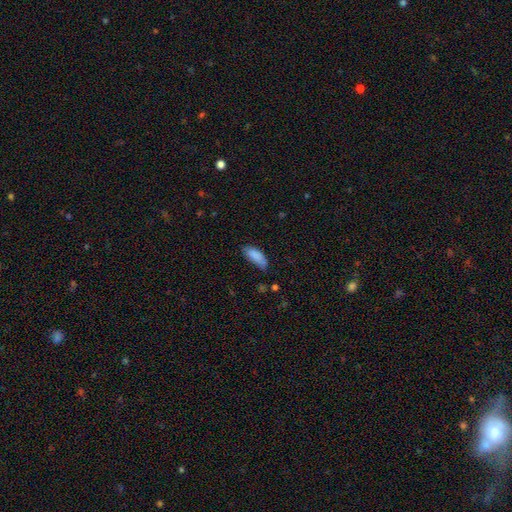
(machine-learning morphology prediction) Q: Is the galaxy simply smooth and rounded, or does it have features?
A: smooth — 87%.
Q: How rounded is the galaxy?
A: in between — 78%.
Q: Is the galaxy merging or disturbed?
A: none — 58%.